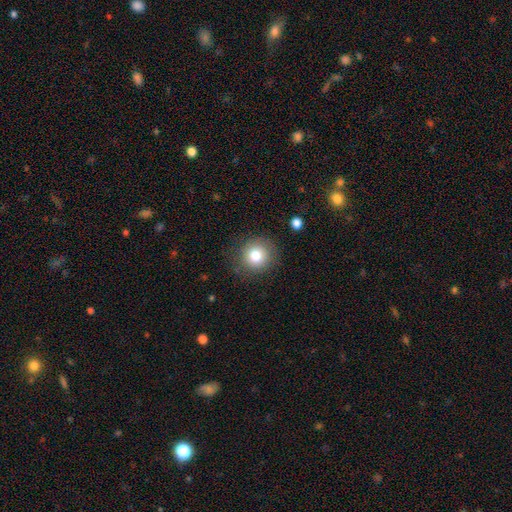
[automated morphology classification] smooth-or-featured: smooth: 81% | star or artifact: 11% | featured or disk: 9%
  how-rounded: round: 91% | in between: 8% | cigar-shaped: 1%
  merging: none: 85% | minor disturbance: 10% | major disturbance: 4% | merger: 2%